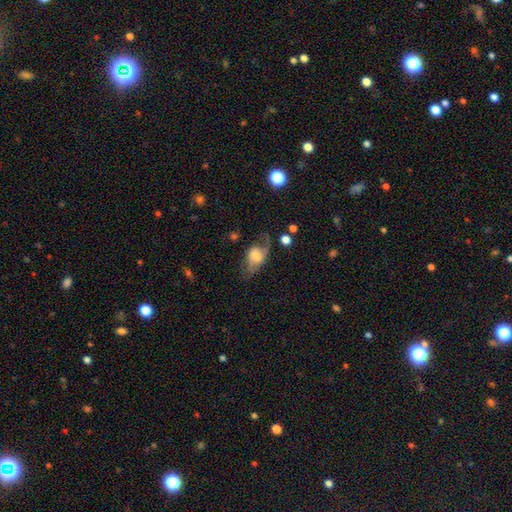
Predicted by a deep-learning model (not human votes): Smooth or featured: smooth — 52% (featured or disk — 39%)
How rounded: in between — 82% (round — 14%)
Merging: none — 43% (major disturbance — 28%)